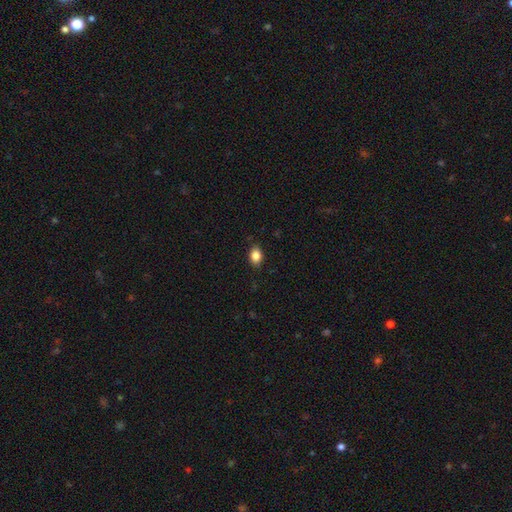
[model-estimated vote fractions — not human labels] A smooth galaxy with no disk features (86%) that is in between round and cigar-shaped (77%). Merging: none (86%).